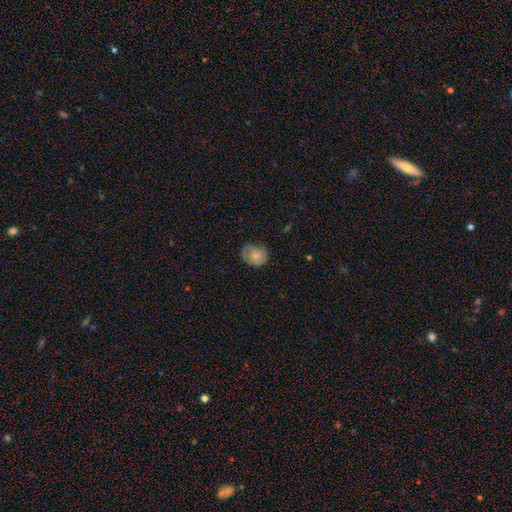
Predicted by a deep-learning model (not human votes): This appears to be a smooth galaxy with no disk features (78%) that is round (58%). Merging: none (65%).